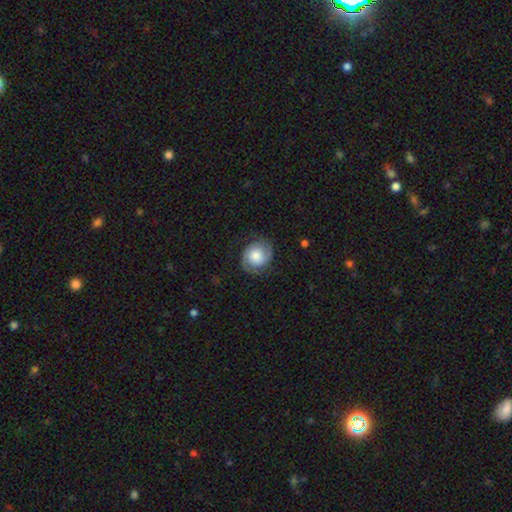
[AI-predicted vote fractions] smooth-or-featured: featured or disk: 60% | smooth: 32% | star or artifact: 8%
  disk-edge-on: no: 98% | yes: 2%
    bar: no: 76% | weak: 20% | strong: 4%
    has-spiral-arms: yes: 91% | no: 9%
      spiral-winding: tight: 47% | medium: 38% | loose: 14%
      spiral-arm-count: 2: 88% | can't tell: 6% | 1: 2% | 3: 2% | 4: 1% | more than 4: 1%
    bulge-size: moderate: 47% | large: 23% | small: 21% | dominant: 5% | none: 4%
  merging: none: 77% | minor disturbance: 16% | major disturbance: 6% | merger: 1%